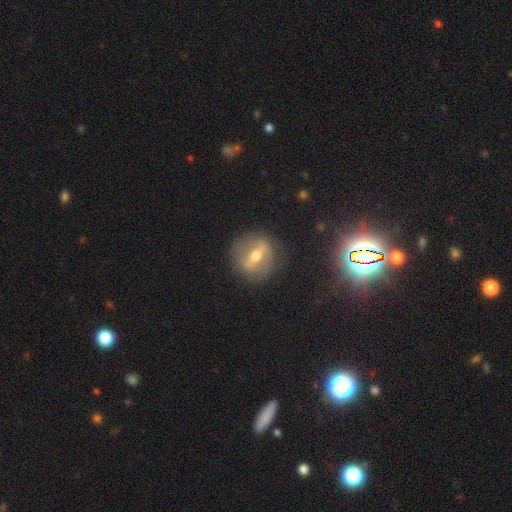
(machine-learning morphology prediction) Smooth or featured? featured or disk (67%)
Edge-on disk? no (81%)
Bar? strong (62%)
Spiral arms? no (64%)
Bulge size? moderate (71%)
Merging? none (81%)